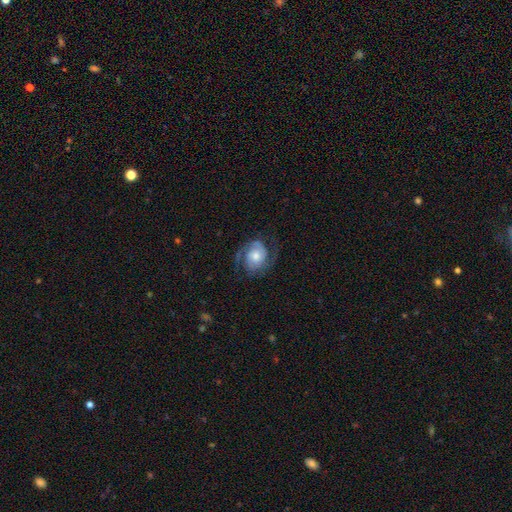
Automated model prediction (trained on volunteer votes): Overall: featured or disk (79%). Edge-on disk: no (97%). Bar: no (70%). Spiral arms: yes (95%). Spiral arm count: 2 (80%). Spiral winding: medium (45%; tight 38%). Bulge size: moderate (55%; small 25%). Merging: none (69%).